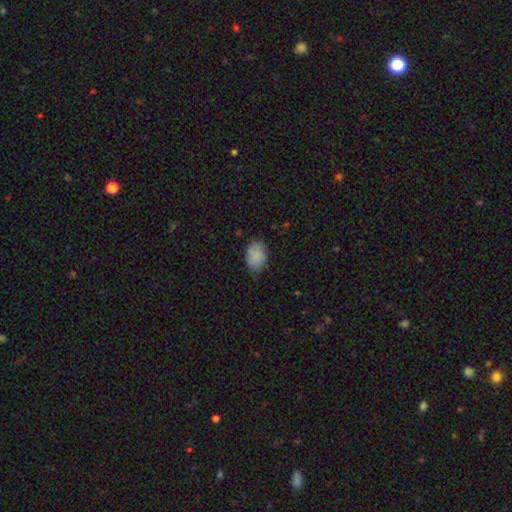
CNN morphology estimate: The model was most divided on "merging": none: 72%, minor disturbance: 22%, major disturbance: 4%, merger: 1%. More confident: smooth or featured — smooth (85%); how rounded — in between (85%).